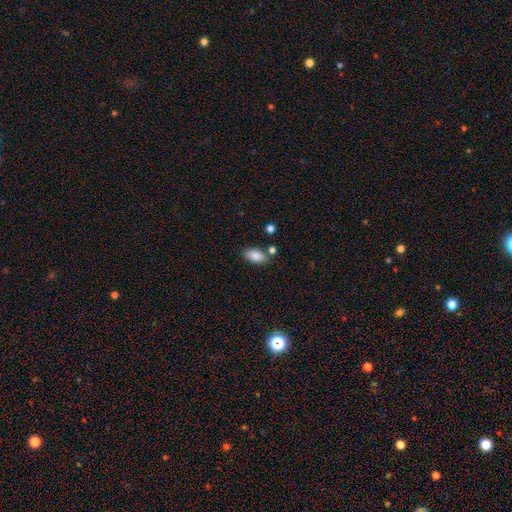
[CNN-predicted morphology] Smooth or featured?
  - smooth: 85% *
  - star or artifact: 8%
  - featured or disk: 7%
How rounded?
  - in between: 92% *
  - round: 4%
  - cigar-shaped: 4%
Merging?
  - none: 75% *
  - minor disturbance: 14%
  - merger: 9%
  - major disturbance: 3%